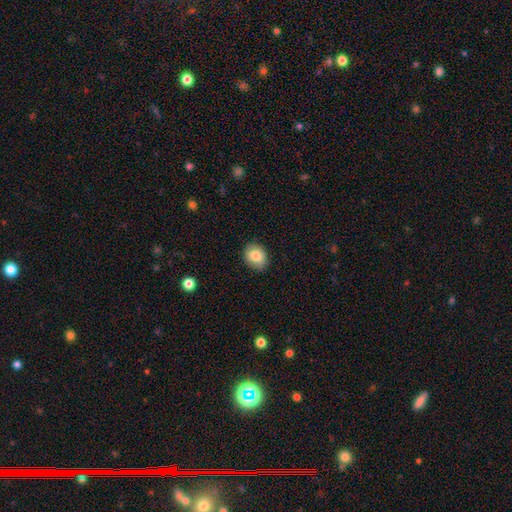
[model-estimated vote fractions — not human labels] A smooth galaxy with no disk features (82%) that is in between round and cigar-shaped (51%). Merging: none (83%).